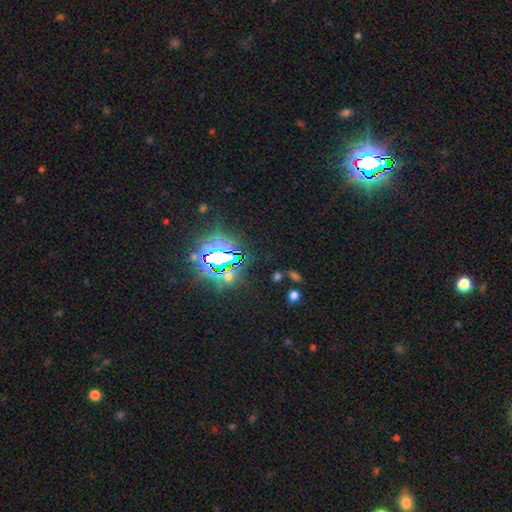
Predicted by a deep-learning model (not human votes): Smooth or featured? star or artifact (84%)